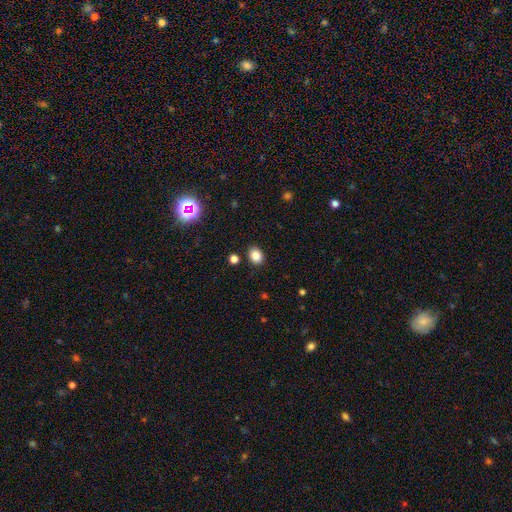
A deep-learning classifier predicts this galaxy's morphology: This is clearly a smooth galaxy (83%). How rounded: possibly in between (53%). Merging: clearly none (87%).